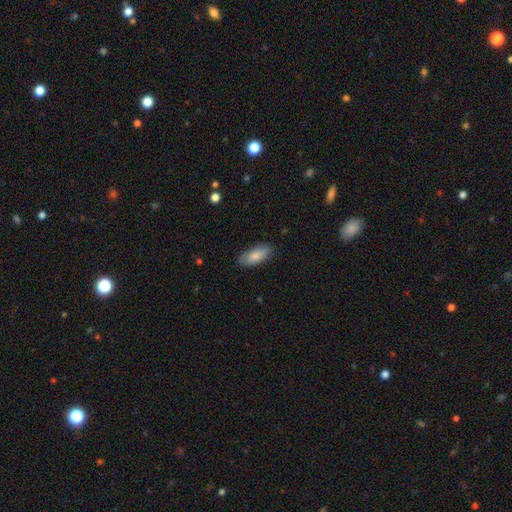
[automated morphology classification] Smooth or featured? smooth (83%)
How rounded? in between (81%)
Merging? none (82%)